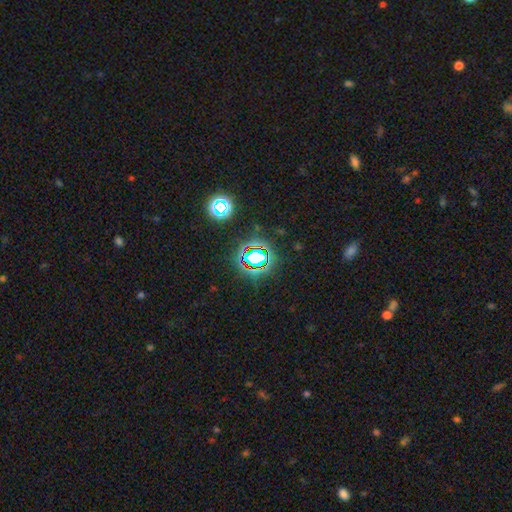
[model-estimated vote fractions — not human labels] This appears to be a star or artifact, not a galaxy (67%).